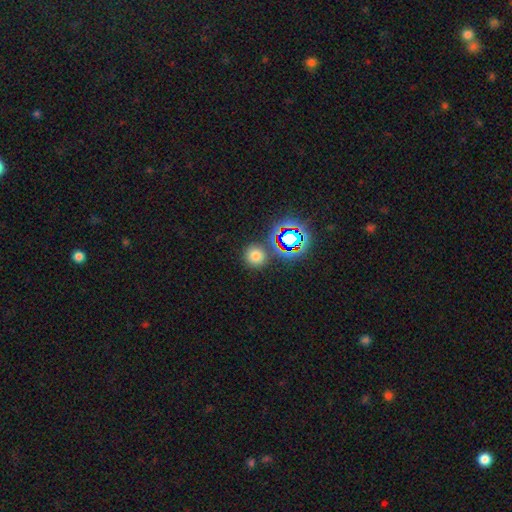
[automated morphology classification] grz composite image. It shows a smooth galaxy with no disk features (69%) that is round (92%). Merging: none (83%).